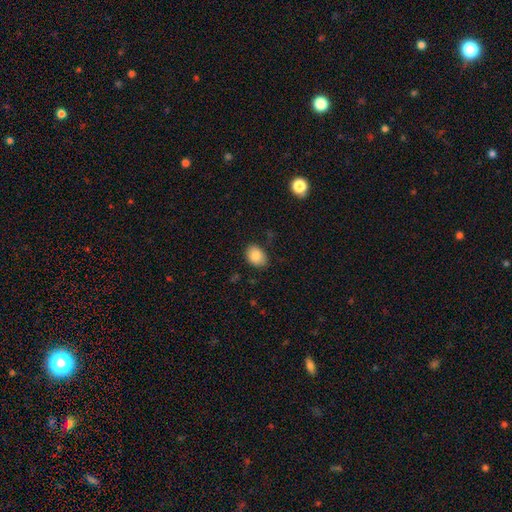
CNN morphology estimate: smooth 87%, star or artifact 8%, featured or disk 5%. Down the decision tree: how rounded — in between (70%); merging — none (78%).